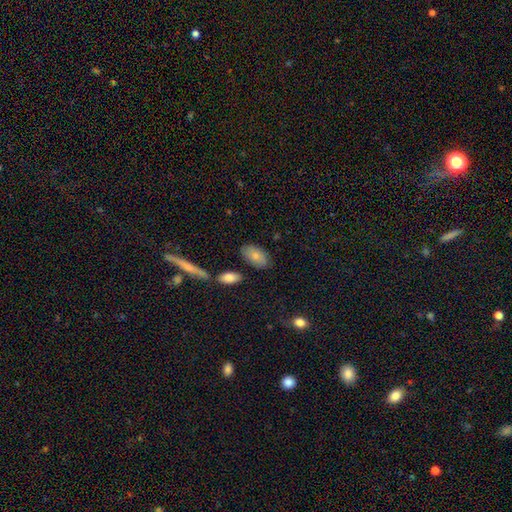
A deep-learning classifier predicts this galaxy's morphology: Smooth or featured? Predicted: smooth (p=0.81). How rounded? Predicted: in between (p=0.93). Merging? Predicted: none (p=0.79).